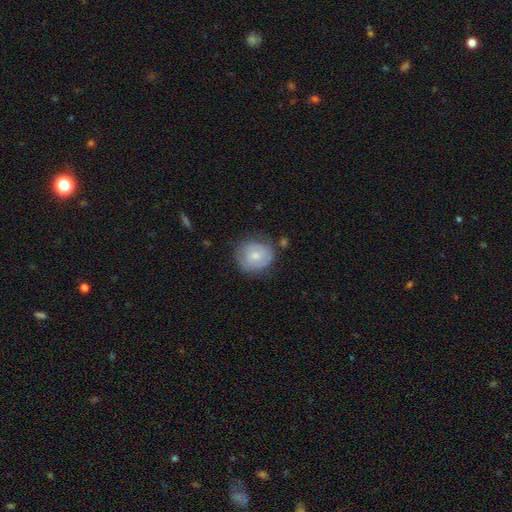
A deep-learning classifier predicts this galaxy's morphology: smooth-or-featured: smooth: 51% | featured or disk: 43% | star or artifact: 6%
  how-rounded: round: 74% | in between: 25% | cigar-shaped: 1%
  merging: none: 66% | minor disturbance: 24% | major disturbance: 7% | merger: 3%